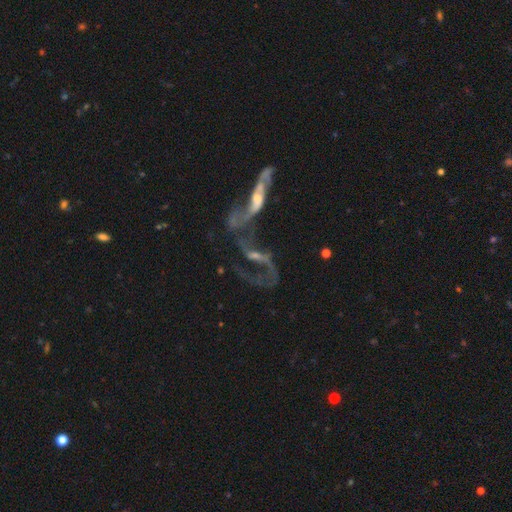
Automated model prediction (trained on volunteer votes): This is likely a featured or disk galaxy (78%). It is clearly not viewed edge-on (87%). Bar: marginally weak (38%). Spiral arm pattern: likely yes (77%). Spiral arm count: likely 2 (74%). Spiral winding: likely loose (74%). Central bulge: marginally small (43%). Merging: possibly merger (50%).